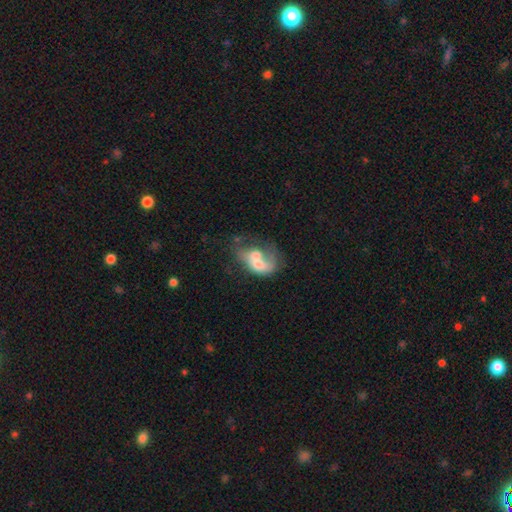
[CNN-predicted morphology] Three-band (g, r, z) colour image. It shows a smooth galaxy with no disk features (46%). Merging: merger (58%).